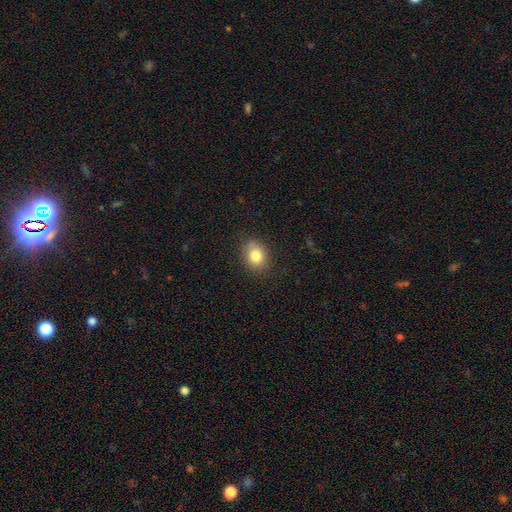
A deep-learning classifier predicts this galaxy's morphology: This is clearly a smooth galaxy (82%). How rounded: possibly round (54%). Merging: clearly none (83%).